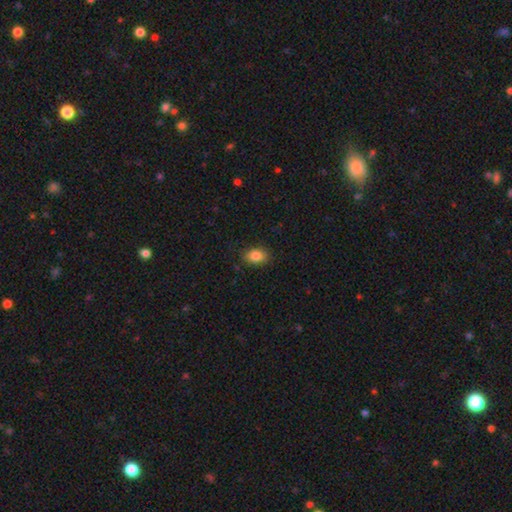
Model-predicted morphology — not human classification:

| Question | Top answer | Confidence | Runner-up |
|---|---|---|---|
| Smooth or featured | smooth | 85% | star or artifact (9%) |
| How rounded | in between | 81% | round (17%) |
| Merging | none | 86% | minor disturbance (10%) |